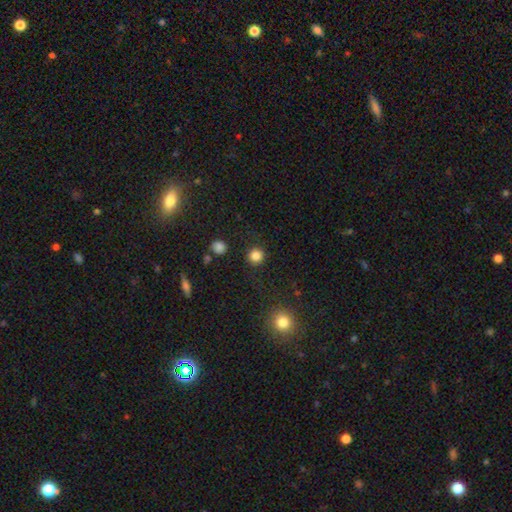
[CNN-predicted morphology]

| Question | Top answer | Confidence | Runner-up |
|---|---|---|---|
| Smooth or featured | smooth | 83% | star or artifact (13%) |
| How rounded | round | 94% | in between (5%) |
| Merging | none | 89% | minor disturbance (6%) |